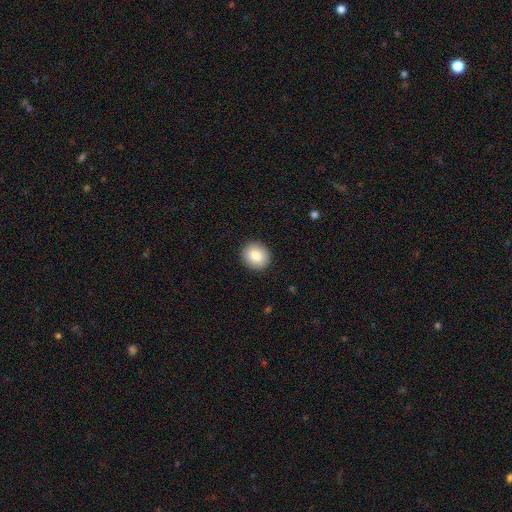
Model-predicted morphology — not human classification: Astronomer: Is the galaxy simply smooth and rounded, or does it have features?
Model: smooth — 86%.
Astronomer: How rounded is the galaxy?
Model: round — 78%.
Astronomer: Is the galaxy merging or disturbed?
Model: none — 91%.